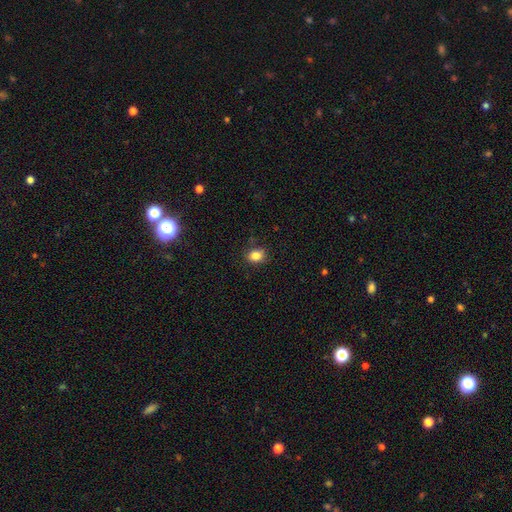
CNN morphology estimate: This is clearly a smooth galaxy (84%). How rounded: possibly in between (55%). Merging: clearly none (85%).